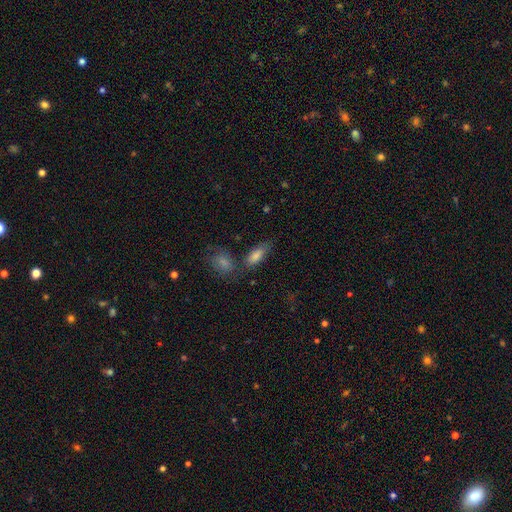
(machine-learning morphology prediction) This appears to be a smooth galaxy with no disk features (76%) that is in between round and cigar-shaped (73%). Merging: none (58%).